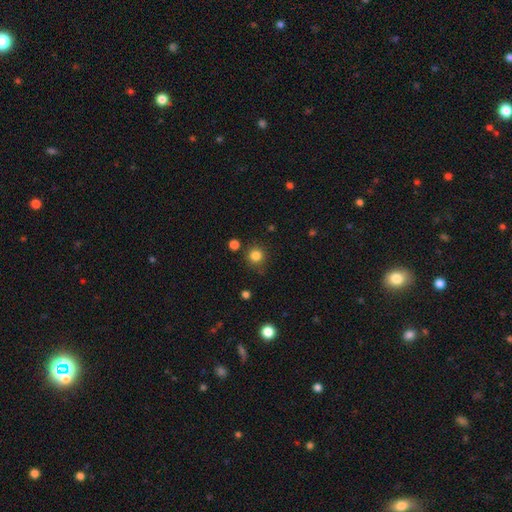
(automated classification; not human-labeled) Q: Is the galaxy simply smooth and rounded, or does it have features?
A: smooth — 83%.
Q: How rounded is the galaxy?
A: round — 93%.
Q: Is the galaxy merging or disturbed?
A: none — 82%.